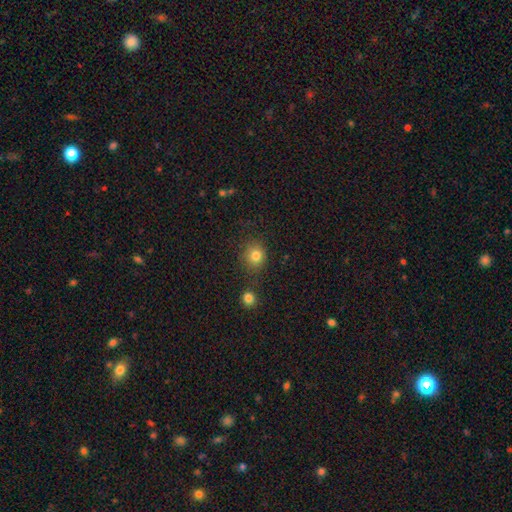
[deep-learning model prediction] A smooth galaxy with no disk features (81%) that is round (83%).

Vote fractions:
- Smooth or featured? smooth: 81% / star or artifact: 13% / featured or disk: 6%
- How rounded? round: 83% / in between: 16% / cigar-shaped: 1%
- Merging? none: 78% / minor disturbance: 11% / merger: 7% / major disturbance: 4%